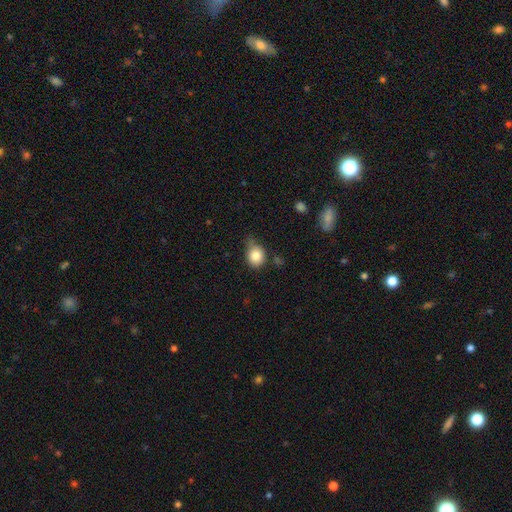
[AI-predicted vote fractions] A smooth galaxy with no disk features (82%) that is round (65%).

Vote fractions:
- Smooth or featured? smooth: 82% / star or artifact: 10% / featured or disk: 8%
- How rounded? round: 65% / in between: 34% / cigar-shaped: 1%
- Merging? none: 51% / minor disturbance: 35% / major disturbance: 8% / merger: 5%